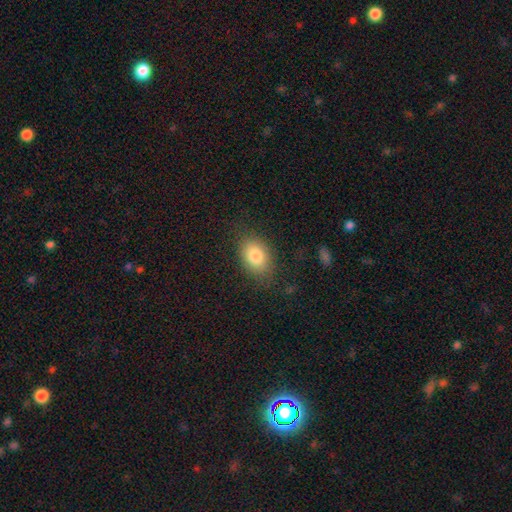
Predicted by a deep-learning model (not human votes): Smooth or featured?
  - smooth: 81% *
  - featured or disk: 10%
  - star or artifact: 9%
How rounded?
  - in between: 77% *
  - round: 22%
  - cigar-shaped: 1%
Merging?
  - none: 79% *
  - minor disturbance: 14%
  - major disturbance: 5%
  - merger: 1%